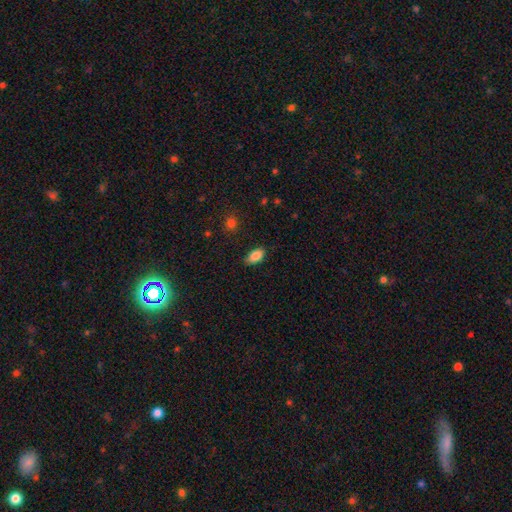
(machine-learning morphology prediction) Smooth or featured?
  - smooth: 86% *
  - star or artifact: 8%
  - featured or disk: 6%
How rounded?
  - in between: 92% *
  - round: 4%
  - cigar-shaped: 4%
Merging?
  - none: 79% *
  - minor disturbance: 17%
  - major disturbance: 3%
  - merger: 1%